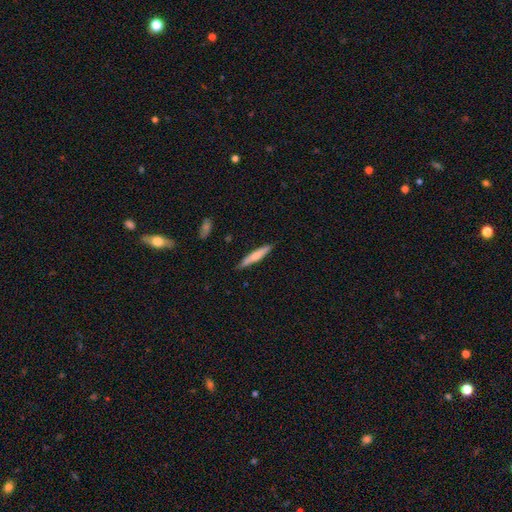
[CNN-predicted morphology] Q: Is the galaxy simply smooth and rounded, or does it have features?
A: smooth — 60%.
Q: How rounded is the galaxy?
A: cigar-shaped — 92%.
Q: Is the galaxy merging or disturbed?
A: none — 87%.